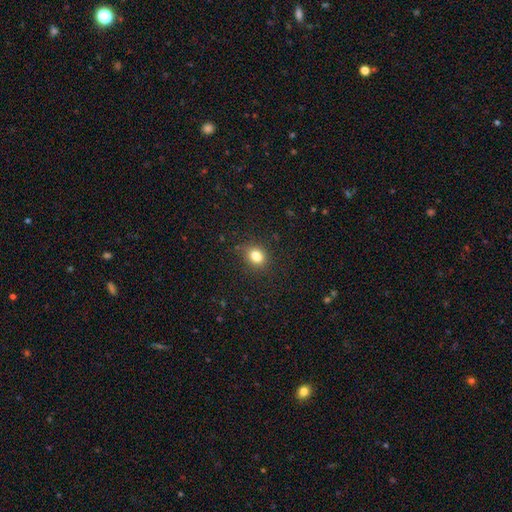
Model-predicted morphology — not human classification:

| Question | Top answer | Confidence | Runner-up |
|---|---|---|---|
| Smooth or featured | smooth | 83% | star or artifact (12%) |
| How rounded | round | 52% | in between (47%) |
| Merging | none | 86% | minor disturbance (10%) |